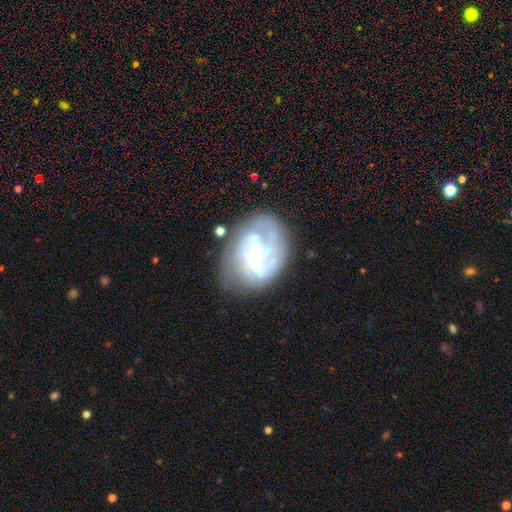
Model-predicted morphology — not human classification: smooth-or-featured: featured or disk: 76% | smooth: 16% | star or artifact: 8%
  disk-edge-on: no: 98% | yes: 2%
    bar: no: 51% | weak: 39% | strong: 11%
    has-spiral-arms: yes: 82% | no: 18%
      spiral-winding: medium: 39% | tight: 33% | loose: 27%
      spiral-arm-count: can't tell: 32% | 2: 28% | 3: 21% | 1: 8% | 4: 7% | more than 4: 4%
    bulge-size: small: 61% | moderate: 20% | none: 15% | large: 2% | dominant: 1%
  merging: none: 54% | minor disturbance: 21% | major disturbance: 19% | merger: 6%